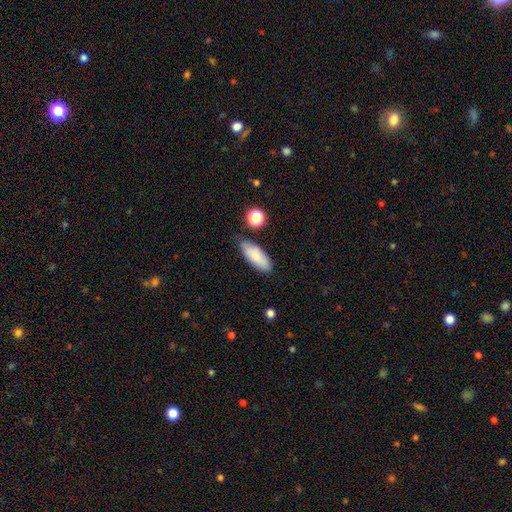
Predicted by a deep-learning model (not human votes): Smooth or featured: smooth — 84% (featured or disk — 9%)
How rounded: in between — 72% (cigar-shaped — 25%)
Merging: none — 72% (minor disturbance — 20%)